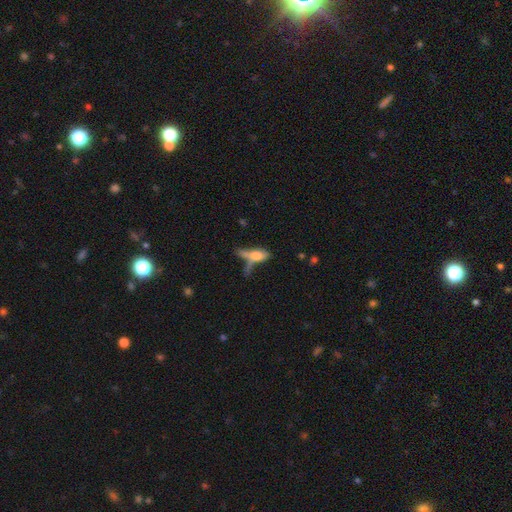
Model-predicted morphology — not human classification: smooth 56%, featured or disk 34%, star or artifact 10%. Down the decision tree: how rounded — cigar-shaped (49%); merging — none (33%).